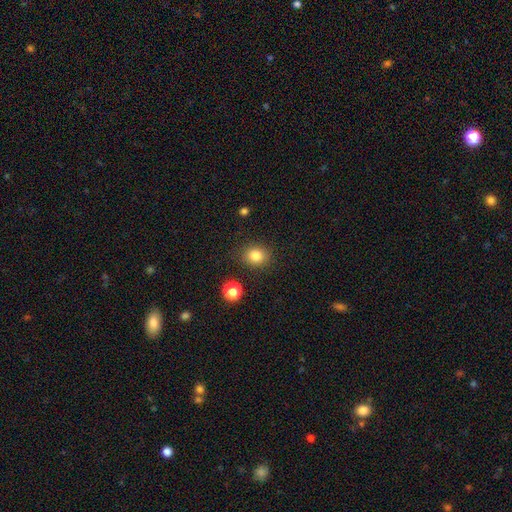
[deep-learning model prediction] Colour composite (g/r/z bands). It shows a smooth galaxy with no disk features (83%) that is round (67%). Merging: none (86%).